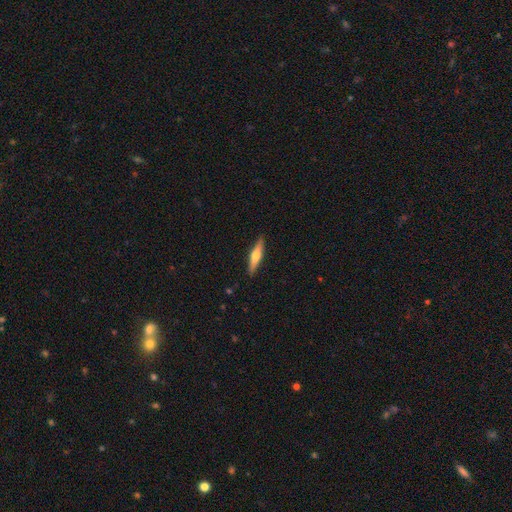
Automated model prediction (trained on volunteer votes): smooth_or_featured: smooth (p=0.48) [alt: featured or disk p=0.47]
merging: none (p=0.90) [alt: minor disturbance p=0.08]